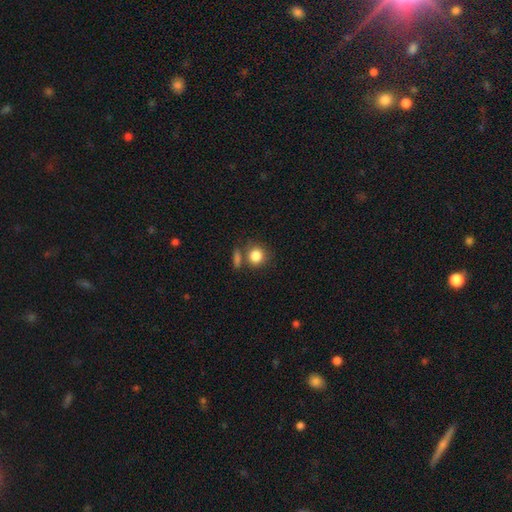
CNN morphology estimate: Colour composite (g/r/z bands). It shows a smooth galaxy with no disk features (84%) that is round (81%). Merging: none (64%).